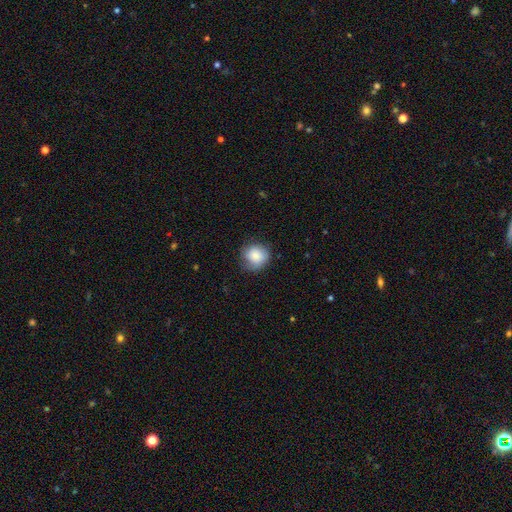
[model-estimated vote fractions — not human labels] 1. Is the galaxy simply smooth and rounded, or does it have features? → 83% smooth, 10% featured or disk, 8% star or artifact.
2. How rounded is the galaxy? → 86% round, 13% in between, 1% cigar-shaped.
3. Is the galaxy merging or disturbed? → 70% none, 23% minor disturbance, 6% major disturbance, 1% merger.